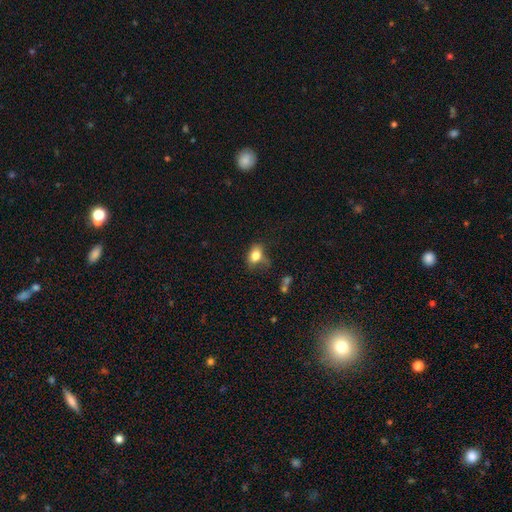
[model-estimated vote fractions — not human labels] A smooth galaxy with no disk features (79%) that is in between round and cigar-shaped (77%).

Vote fractions:
- Smooth or featured? smooth: 79% / featured or disk: 11% / star or artifact: 10%
- How rounded? in between: 77% / round: 21% / cigar-shaped: 2%
- Merging? none: 44% / minor disturbance: 32% / major disturbance: 18% / merger: 6%